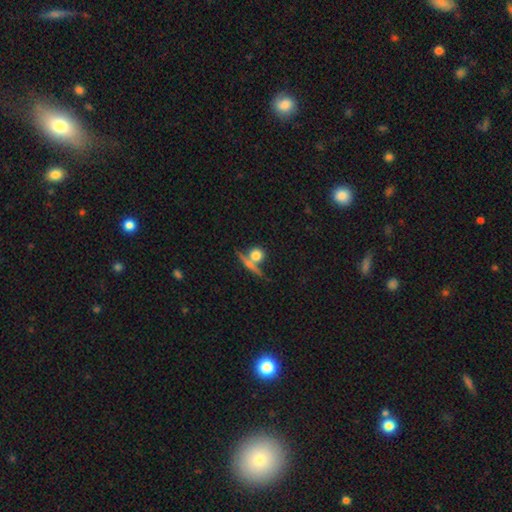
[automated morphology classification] This is likely a smooth galaxy (69%). How rounded: likely round (74%). Merging: possibly none (54%).